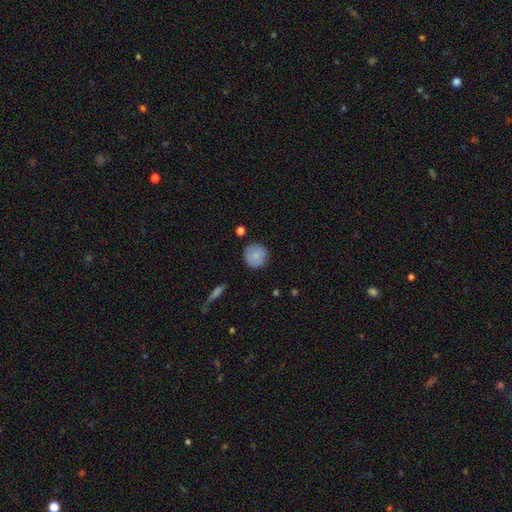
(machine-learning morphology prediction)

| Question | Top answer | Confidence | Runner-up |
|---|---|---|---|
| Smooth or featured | smooth | 84% | featured or disk (9%) |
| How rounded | round | 93% | in between (6%) |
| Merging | none | 85% | minor disturbance (11%) |